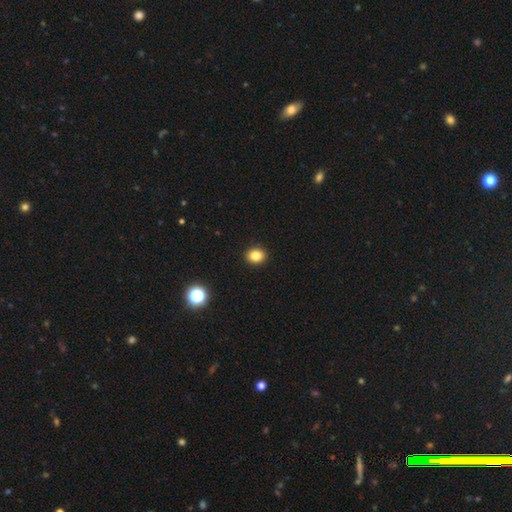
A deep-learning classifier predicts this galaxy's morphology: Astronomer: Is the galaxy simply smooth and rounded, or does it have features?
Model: smooth — 83%.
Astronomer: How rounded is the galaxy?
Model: round — 65%.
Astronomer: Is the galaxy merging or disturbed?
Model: none — 92%.